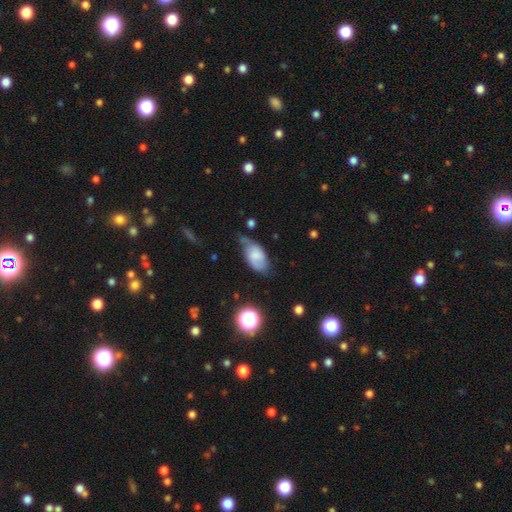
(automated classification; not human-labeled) Smooth or featured? smooth (62%)
How rounded? in between (91%)
Merging? minor disturbance (41%)